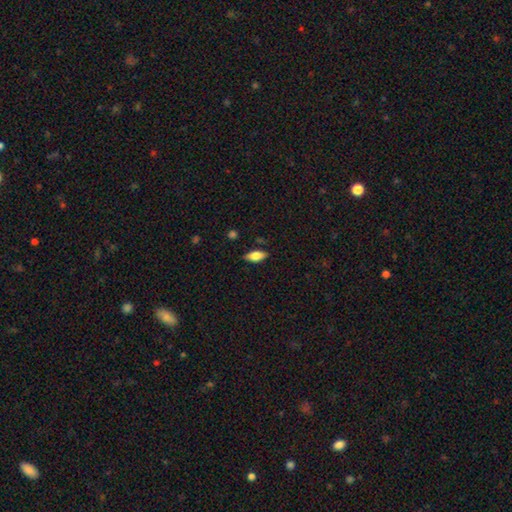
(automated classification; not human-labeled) Q: Smooth or featured?
A: smooth (69%); runner-up: featured or disk (24%)
Q: How rounded?
A: in between (85%); runner-up: cigar-shaped (12%)
Q: Merging?
A: none (85%); runner-up: minor disturbance (11%)